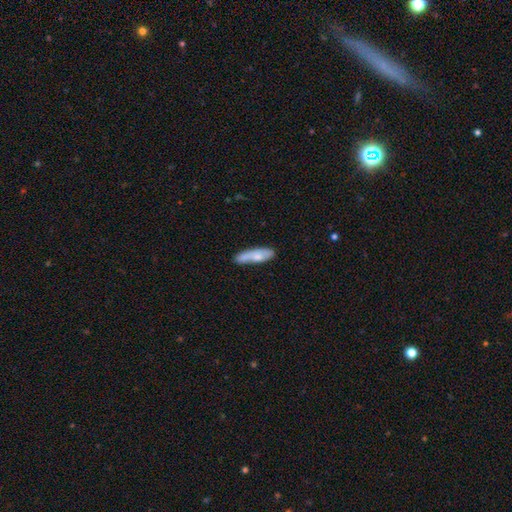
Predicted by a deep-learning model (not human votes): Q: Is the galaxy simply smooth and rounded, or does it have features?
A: smooth — 69%.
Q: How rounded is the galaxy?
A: cigar-shaped — 64%.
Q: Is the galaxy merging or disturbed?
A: none — 65%.